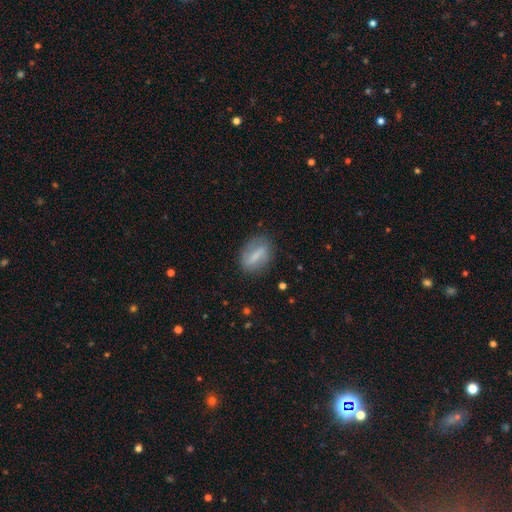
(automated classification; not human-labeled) This is possibly a smooth galaxy (54%). How rounded: likely in between (73%). Merging: likely none (77%).